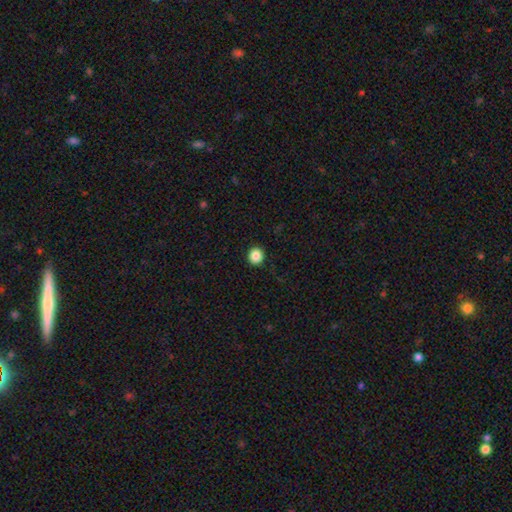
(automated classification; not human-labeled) Morphology: type=smooth (87%); roundness=round (89%); merging=none (92%).